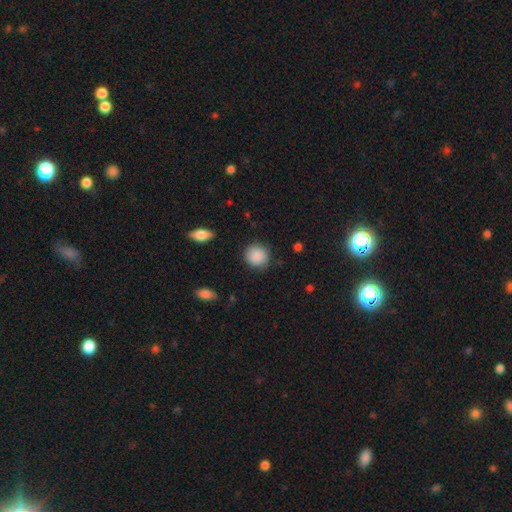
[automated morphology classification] A smooth galaxy with no disk features (87%) that is round (89%). Merging: none (83%).